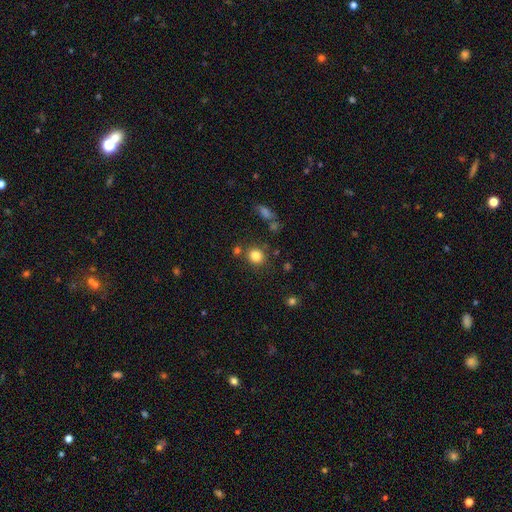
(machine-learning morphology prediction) A smooth galaxy with no disk features (83%) that is round (79%). Merging: none (78%).